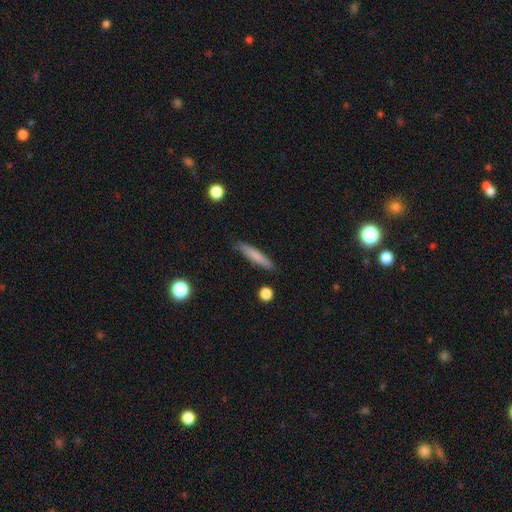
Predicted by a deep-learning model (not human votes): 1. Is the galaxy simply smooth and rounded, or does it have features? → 74% smooth, 20% featured or disk, 6% star or artifact.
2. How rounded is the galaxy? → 91% cigar-shaped, 8% in between, 2% round.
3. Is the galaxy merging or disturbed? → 86% none, 10% minor disturbance, 2% major disturbance, 2% merger.